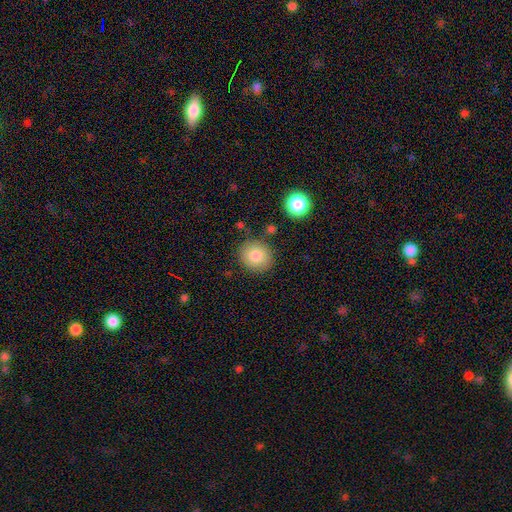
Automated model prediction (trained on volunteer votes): Smooth or featured? smooth (83%)
How rounded? round (87%)
Merging? none (84%)